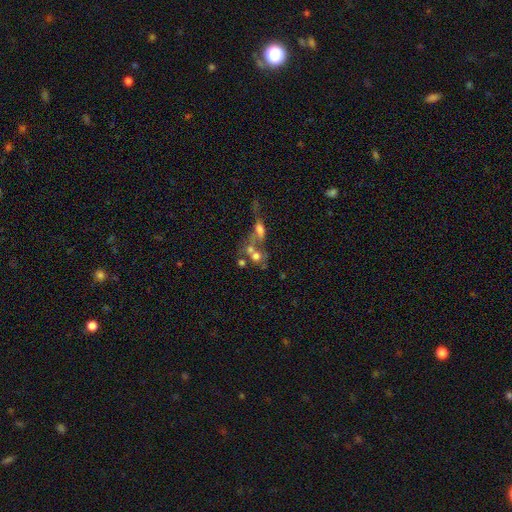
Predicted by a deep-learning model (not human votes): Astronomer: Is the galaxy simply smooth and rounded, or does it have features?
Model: smooth — 47% (runner-up: featured or disk, 33%).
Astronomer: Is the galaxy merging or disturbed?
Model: merger — 58%.